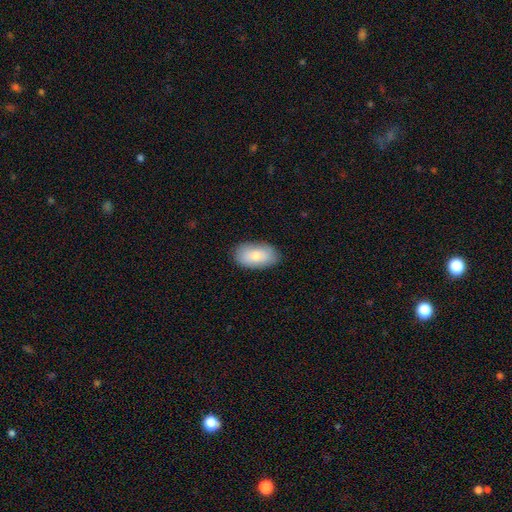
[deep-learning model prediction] This is likely a smooth galaxy (78%). How rounded: clearly in between (94%). Merging: clearly none (84%).